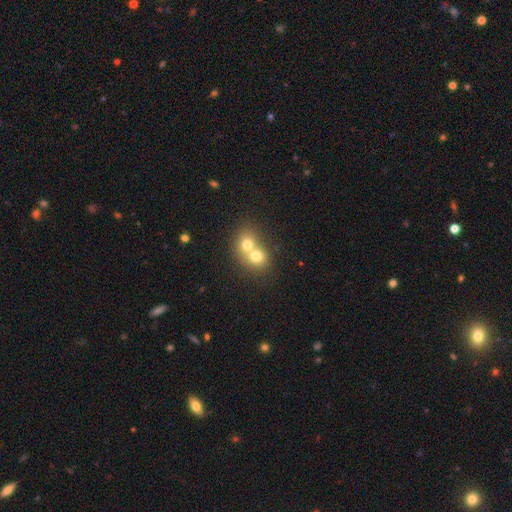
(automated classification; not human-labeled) smooth_or_featured: smooth (p=0.70) [alt: featured or disk p=0.20]
how_rounded: round (p=0.72) [alt: in between p=0.27]
merging: merger (p=0.71) [alt: none p=0.22]